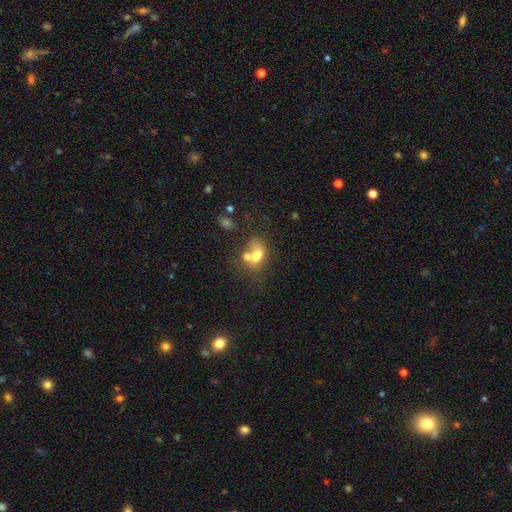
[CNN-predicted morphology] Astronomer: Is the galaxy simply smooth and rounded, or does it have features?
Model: smooth — 59%.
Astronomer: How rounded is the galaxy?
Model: in between — 68%.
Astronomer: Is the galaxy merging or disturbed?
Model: merger — 58%.